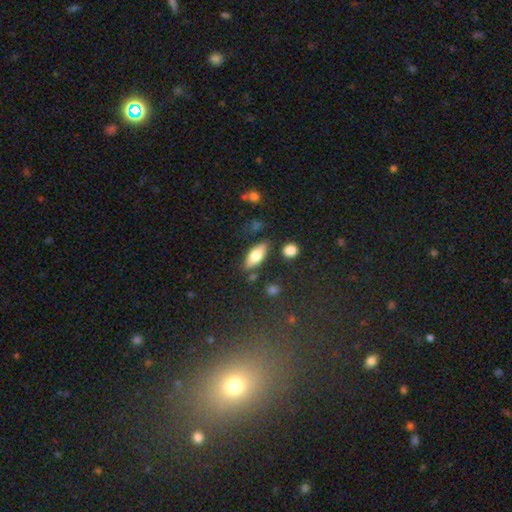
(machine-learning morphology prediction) Smooth or featured?
  - smooth: 73% *
  - featured or disk: 21%
  - star or artifact: 7%
How rounded?
  - in between: 81% *
  - cigar-shaped: 16%
  - round: 3%
Merging?
  - none: 80% *
  - minor disturbance: 13%
  - merger: 4%
  - major disturbance: 3%